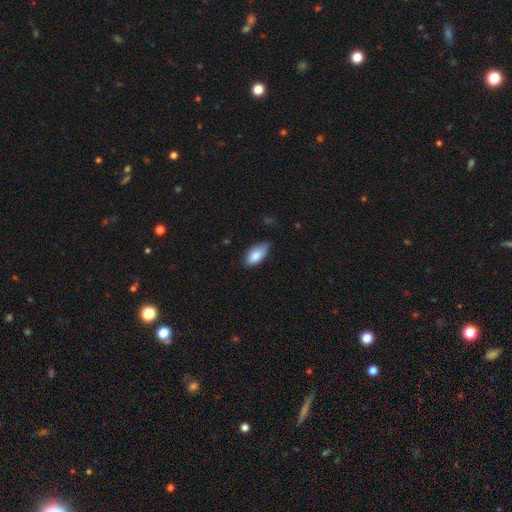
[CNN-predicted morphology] smooth-or-featured: smooth: 86% | featured or disk: 8% | star or artifact: 7%
  how-rounded: in between: 90% | cigar-shaped: 7% | round: 2%
  merging: none: 68% | minor disturbance: 27% | major disturbance: 4% | merger: 1%